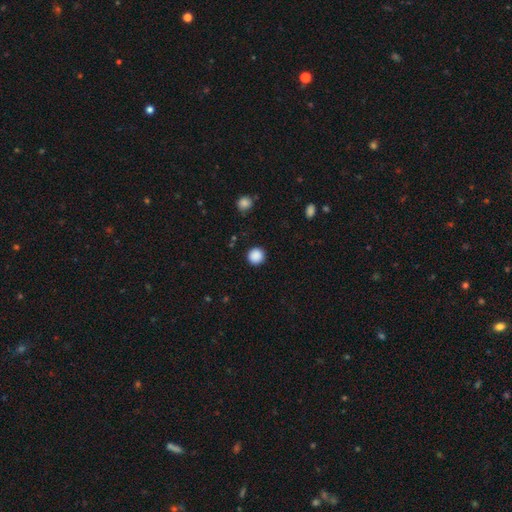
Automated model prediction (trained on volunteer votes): smooth-or-featured: smooth: 88% | star or artifact: 9% | featured or disk: 2%
  how-rounded: round: 95% | in between: 4% | cigar-shaped: 1%
  merging: none: 91% | minor disturbance: 5% | major disturbance: 2% | merger: 1%